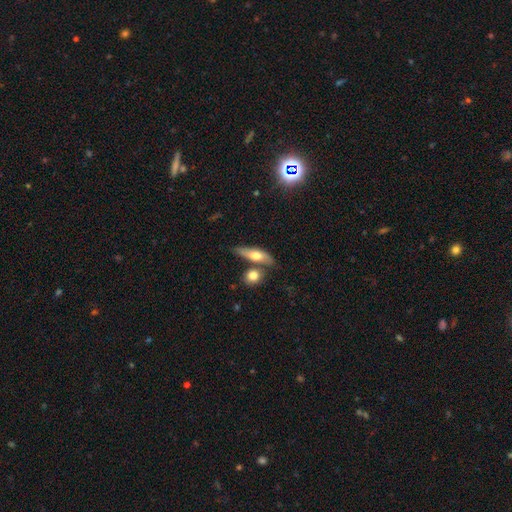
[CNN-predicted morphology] type=smooth (60%); roundness=in between (48%); merging=none (59%).